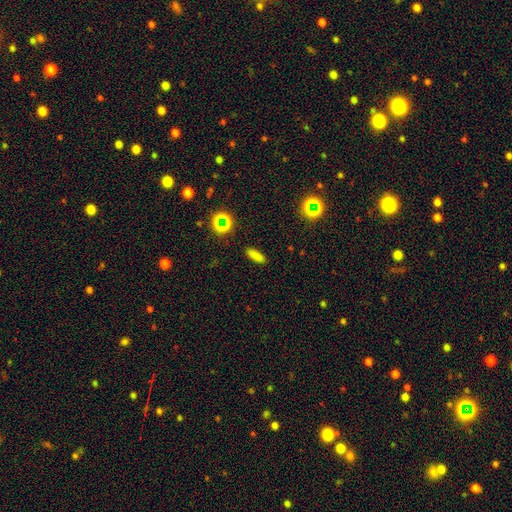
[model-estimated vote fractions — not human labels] smooth-or-featured: smooth: 76% | star or artifact: 18% | featured or disk: 5%
  how-rounded: in between: 49% | cigar-shaped: 47% | round: 4%
  merging: none: 88% | minor disturbance: 8% | major disturbance: 3% | merger: 2%